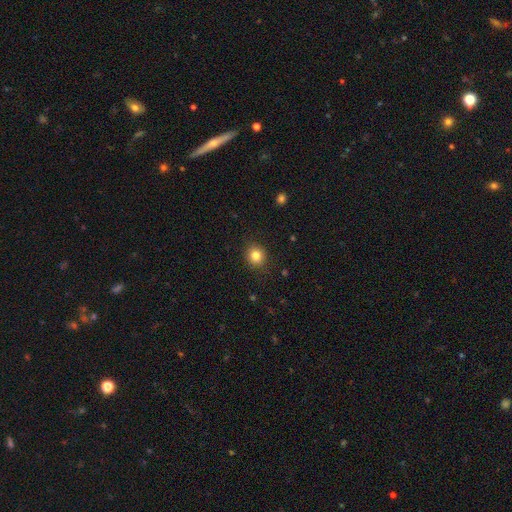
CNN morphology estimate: This appears to be a smooth galaxy with no disk features (82%) that is round (86%). Merging: none (89%).